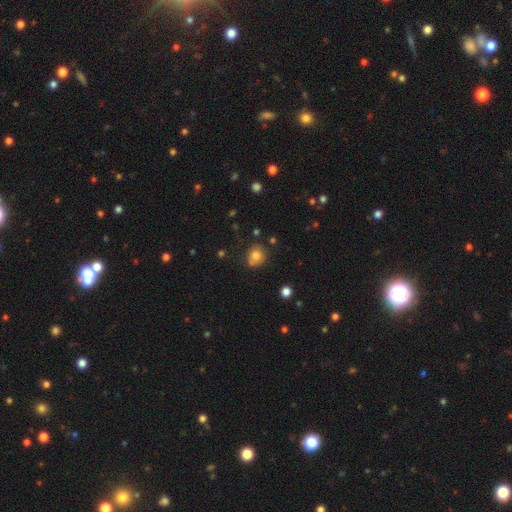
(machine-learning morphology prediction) Smooth or featured?
  - smooth: 77% *
  - star or artifact: 12%
  - featured or disk: 11%
How rounded?
  - round: 72% *
  - in between: 27%
  - cigar-shaped: 1%
Merging?
  - none: 65% *
  - minor disturbance: 20%
  - merger: 10%
  - major disturbance: 5%